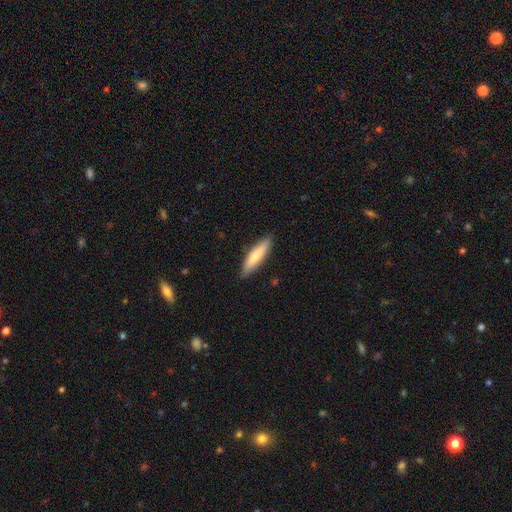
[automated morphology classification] A smooth galaxy with no disk features (72%) that is cigar-shaped (75%).

Vote fractions:
- Smooth or featured? smooth: 72% / featured or disk: 23% / star or artifact: 5%
- How rounded? cigar-shaped: 75% / in between: 24% / round: 1%
- Merging? none: 87% / minor disturbance: 10% / major disturbance: 2% / merger: 1%